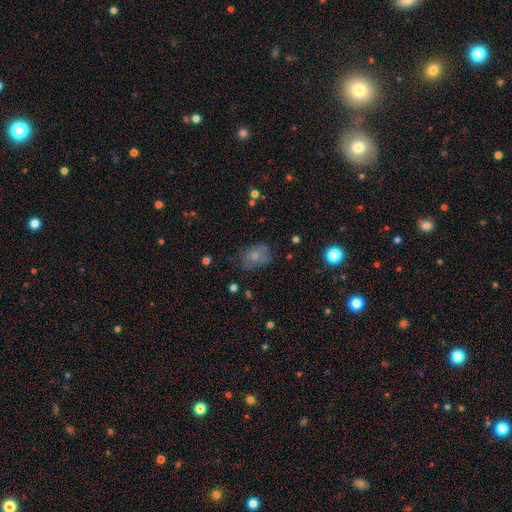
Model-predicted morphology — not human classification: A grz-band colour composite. It shows a smooth galaxy with no disk features (66%) that is in between round and cigar-shaped (64%). Merging: none (59%).